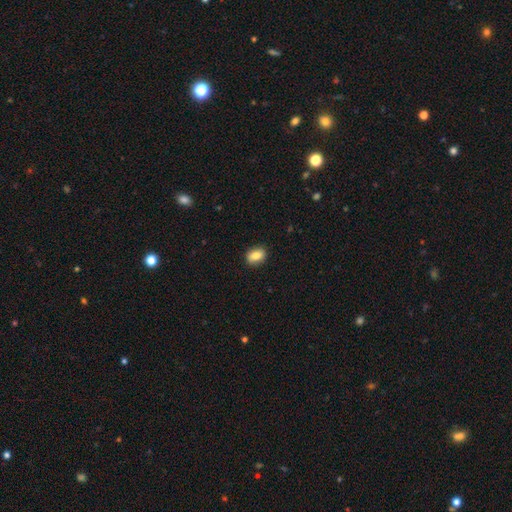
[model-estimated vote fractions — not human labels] Morphology: type=smooth (79%); roundness=in between (72%); merging=none (87%).